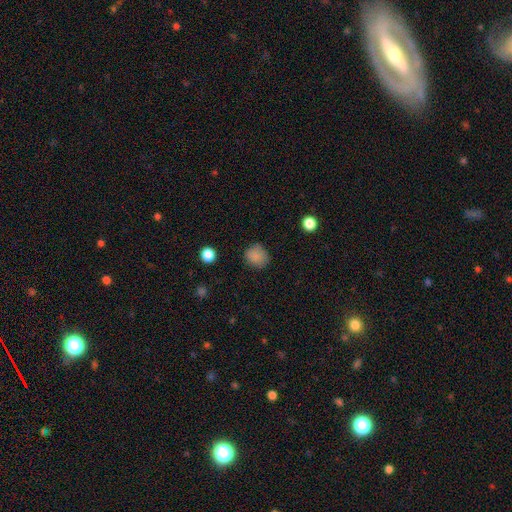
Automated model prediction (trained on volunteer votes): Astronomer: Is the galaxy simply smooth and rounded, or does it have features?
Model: smooth — 85%.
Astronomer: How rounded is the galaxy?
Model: round — 79%.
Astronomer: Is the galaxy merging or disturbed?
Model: none — 79%.